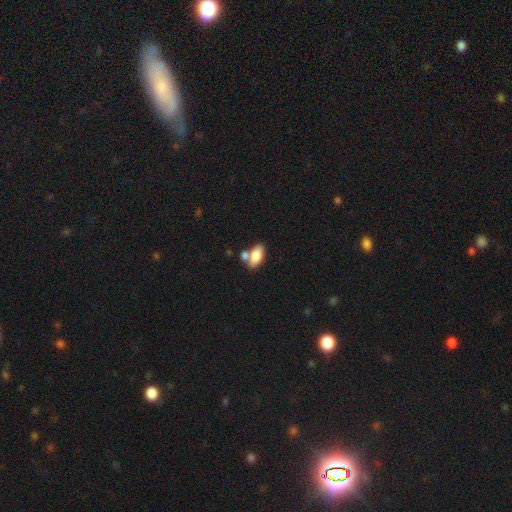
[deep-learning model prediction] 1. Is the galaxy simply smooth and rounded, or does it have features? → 81% smooth, 12% featured or disk, 7% star or artifact.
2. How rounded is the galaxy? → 91% in between, 5% cigar-shaped, 4% round.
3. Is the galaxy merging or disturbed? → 51% none, 33% merger, 12% minor disturbance, 4% major disturbance.